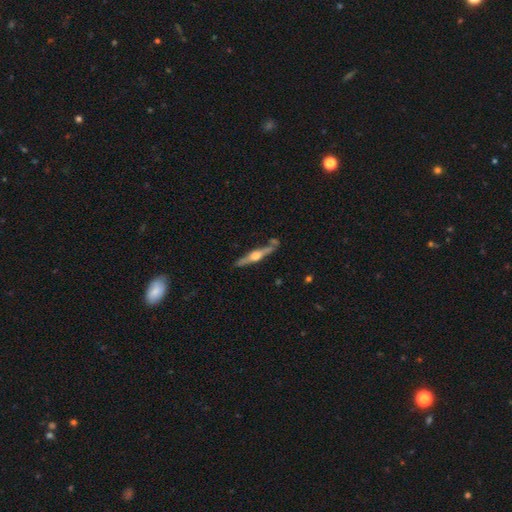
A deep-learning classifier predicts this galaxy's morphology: A featured or disk galaxy (73%) viewed edge-on (97%) with a rounded central bulge (93%).

Vote fractions:
- Smooth or featured? featured or disk: 73% / smooth: 22% / star or artifact: 5%
- Edge-on disk? yes: 97% / no: 3%
- Edge-on bulge? rounded: 93% / boxy: 4% / none: 3%
- Merging? none: 80% / minor disturbance: 12% / merger: 6% / major disturbance: 3%